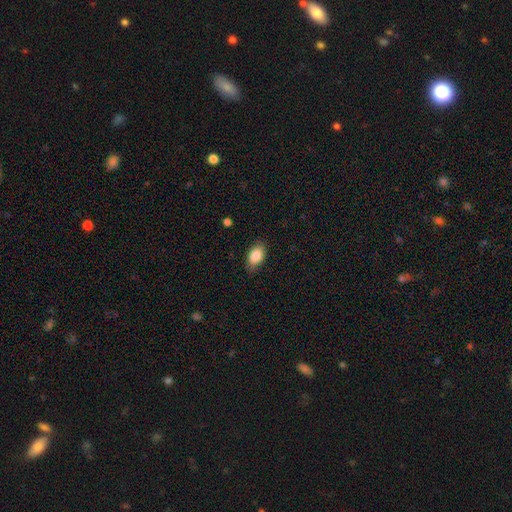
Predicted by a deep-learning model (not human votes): smooth-or-featured: smooth: 85% | featured or disk: 8% | star or artifact: 7%
  how-rounded: in between: 91% | round: 6% | cigar-shaped: 2%
  merging: none: 83% | minor disturbance: 13% | major disturbance: 3% | merger: 1%